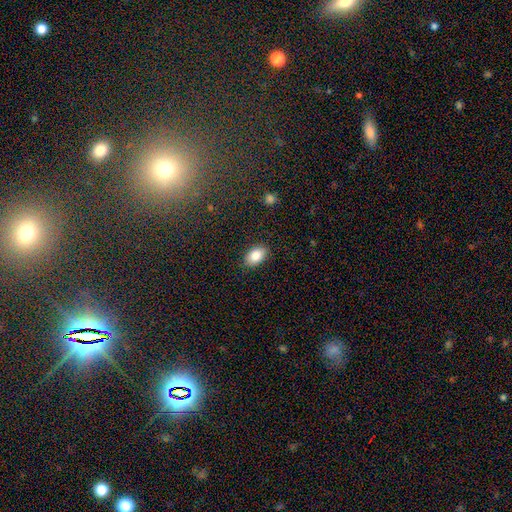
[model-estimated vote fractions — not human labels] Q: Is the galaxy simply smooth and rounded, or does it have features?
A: smooth — 84%.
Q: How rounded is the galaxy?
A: in between — 90%.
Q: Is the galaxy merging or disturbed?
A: none — 88%.